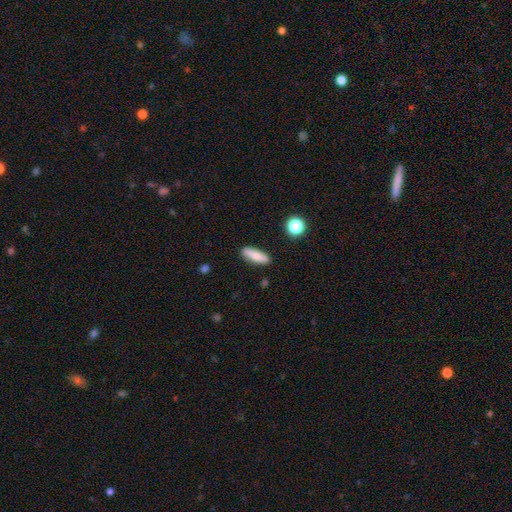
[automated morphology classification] Smooth or featured? smooth (79%)
How rounded? cigar-shaped (57%)
Merging? none (87%)